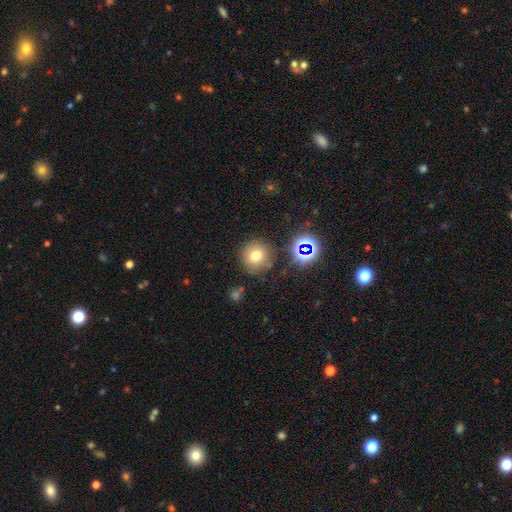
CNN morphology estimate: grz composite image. It shows a smooth galaxy with no disk features (70%) that is round (93%). Merging: none (82%).